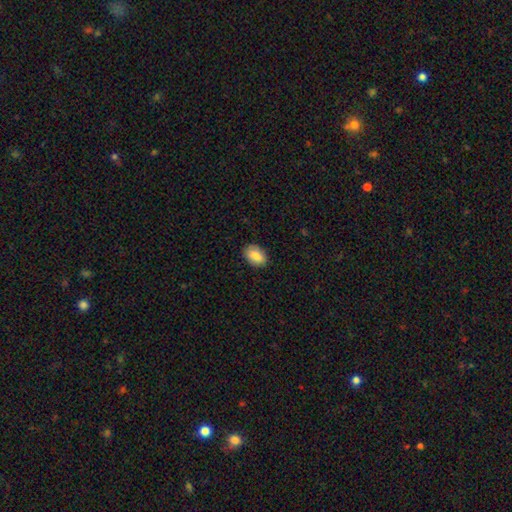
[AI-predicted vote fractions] Smooth or featured? Predicted: smooth (p=0.86). How rounded? Predicted: in between (p=0.86). Merging? Predicted: none (p=0.86).